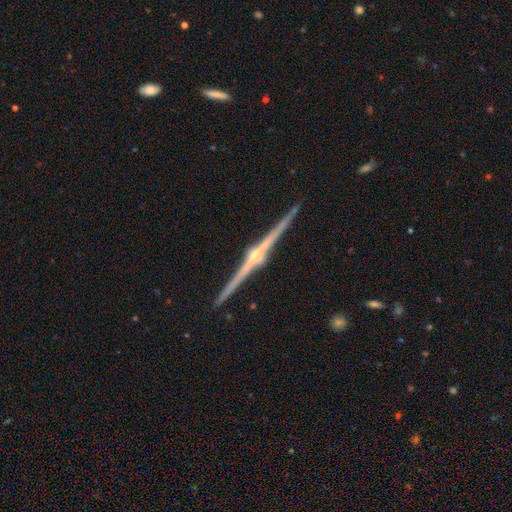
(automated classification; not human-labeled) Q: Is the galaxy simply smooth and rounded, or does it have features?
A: featured or disk — 91%.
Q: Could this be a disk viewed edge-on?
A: yes — 99%.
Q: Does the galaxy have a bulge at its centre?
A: rounded — 86%.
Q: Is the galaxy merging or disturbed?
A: none — 93%.